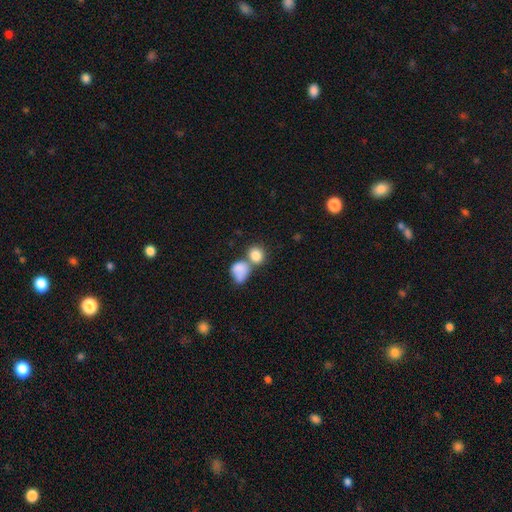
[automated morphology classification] This appears to be a smooth galaxy with no disk features (83%) that is round (63%). Merging: merger (48%).